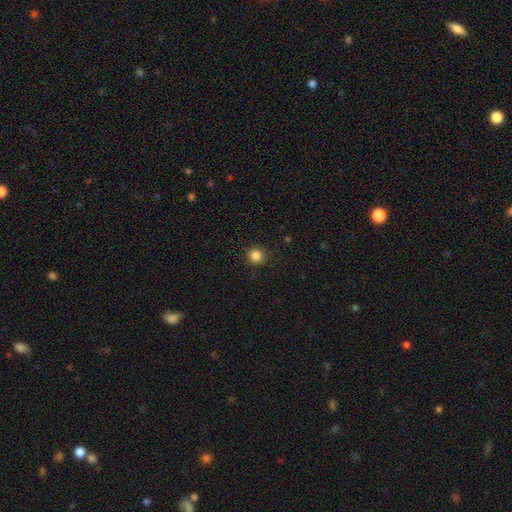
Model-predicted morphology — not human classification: type=smooth (85%); roundness=round (93%); merging=none (91%).